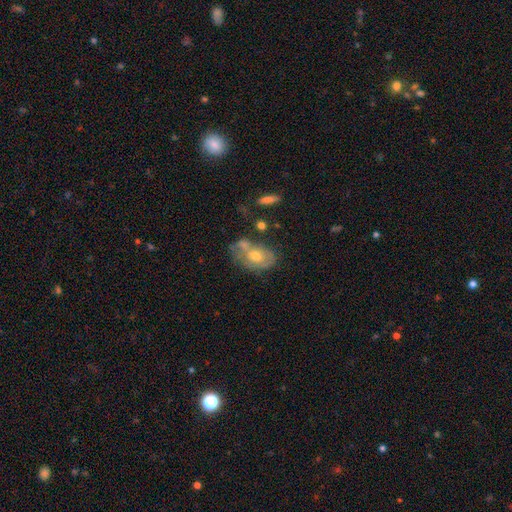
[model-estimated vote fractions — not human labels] The model was most divided on "merging": none: 38%, minor disturbance: 25%, merger: 23%, major disturbance: 15%. More confident: edge-on disk — no (93%); smooth or featured — featured or disk (53%).